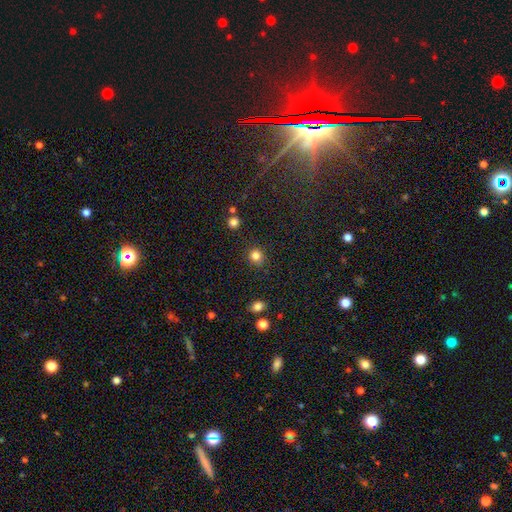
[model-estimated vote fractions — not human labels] Q: Smooth or featured?
A: smooth (84%); runner-up: star or artifact (12%)
Q: How rounded?
A: round (87%); runner-up: in between (12%)
Q: Merging?
A: none (88%); runner-up: minor disturbance (8%)